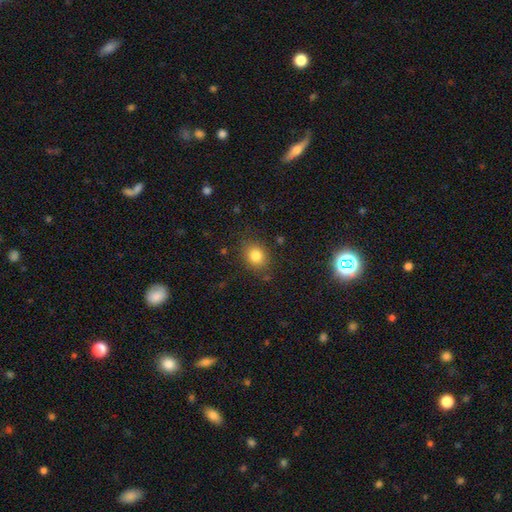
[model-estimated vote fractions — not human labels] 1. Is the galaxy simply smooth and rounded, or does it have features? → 82% smooth, 11% star or artifact, 7% featured or disk.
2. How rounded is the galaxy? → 57% round, 42% in between, 1% cigar-shaped.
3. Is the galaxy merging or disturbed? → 82% none, 12% minor disturbance, 4% major disturbance, 2% merger.